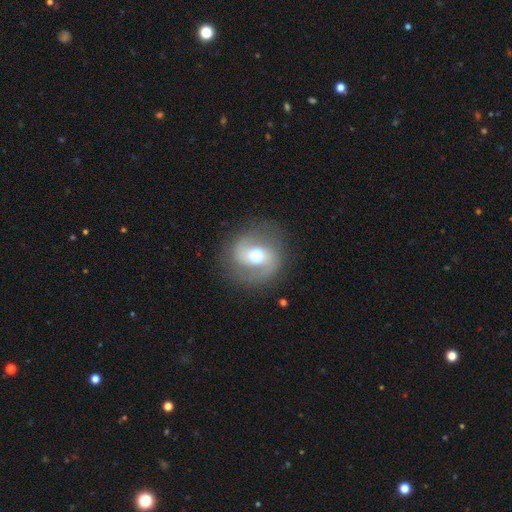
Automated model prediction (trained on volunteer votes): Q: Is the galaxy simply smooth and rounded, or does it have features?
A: featured or disk — 71%.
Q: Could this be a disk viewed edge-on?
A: no — 97%.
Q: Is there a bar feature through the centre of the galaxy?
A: weak — 46%.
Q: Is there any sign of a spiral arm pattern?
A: yes — 86%.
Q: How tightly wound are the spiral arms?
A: medium — 50%.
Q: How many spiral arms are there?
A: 2 — 88%.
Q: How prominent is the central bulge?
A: moderate — 68%.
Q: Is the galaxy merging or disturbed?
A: none — 81%.